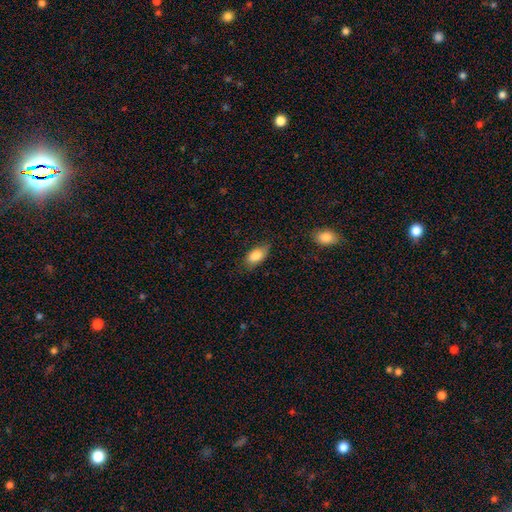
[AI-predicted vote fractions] Smooth or featured?
  - smooth: 84% *
  - featured or disk: 9%
  - star or artifact: 7%
How rounded?
  - in between: 90% *
  - round: 5%
  - cigar-shaped: 5%
Merging?
  - none: 74% *
  - minor disturbance: 20%
  - major disturbance: 4%
  - merger: 1%